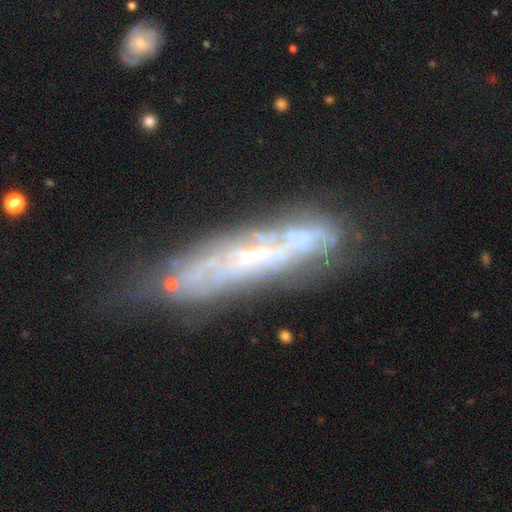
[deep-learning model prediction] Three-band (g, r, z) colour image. It shows a featured or disk galaxy (75%). Merging: none (58%).